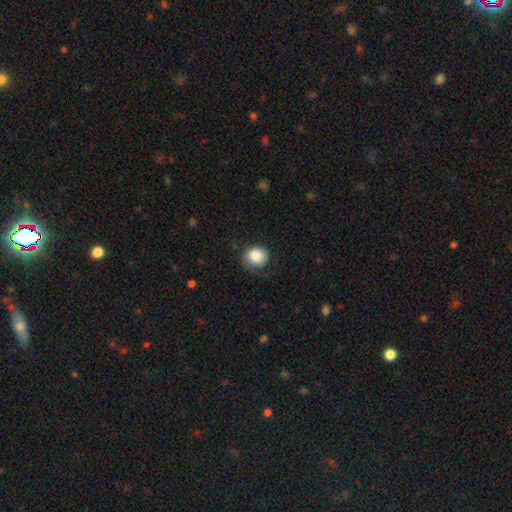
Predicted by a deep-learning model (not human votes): Smooth or featured: smooth — 84% (featured or disk — 9%)
How rounded: round — 80% (in between — 19%)
Merging: none — 64% (minor disturbance — 23%)